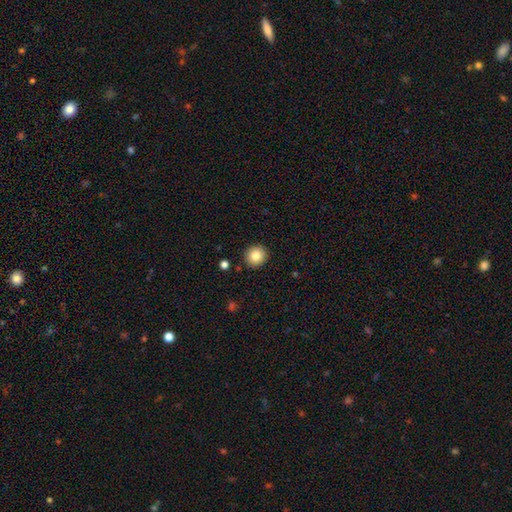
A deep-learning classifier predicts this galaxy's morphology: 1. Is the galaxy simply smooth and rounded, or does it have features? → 84% smooth, 9% star or artifact, 6% featured or disk.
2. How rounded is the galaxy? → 92% round, 7% in between, 1% cigar-shaped.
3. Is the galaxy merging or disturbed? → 91% none, 6% minor disturbance, 2% major disturbance, 2% merger.